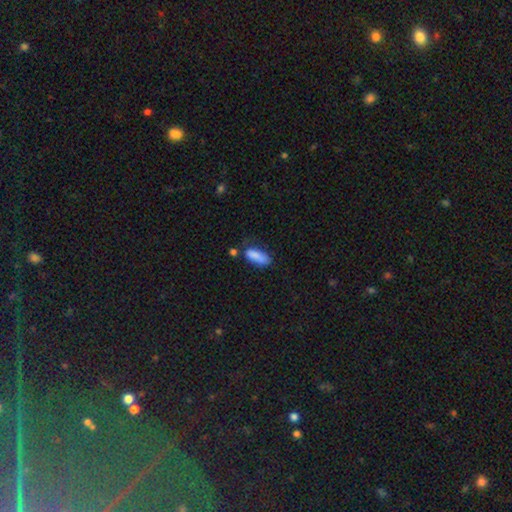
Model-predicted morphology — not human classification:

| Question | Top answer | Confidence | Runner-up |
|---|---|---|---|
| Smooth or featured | smooth | 82% | featured or disk (10%) |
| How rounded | in between | 71% | cigar-shaped (27%) |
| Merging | none | 44% | minor disturbance (31%) |